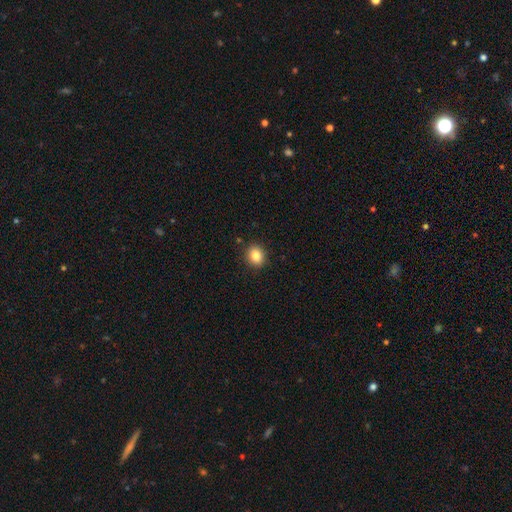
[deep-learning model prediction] A smooth galaxy with no disk features (84%) that is round (66%). Merging: none (90%).